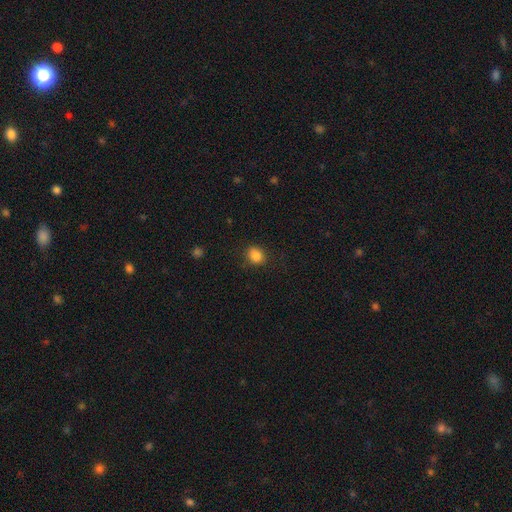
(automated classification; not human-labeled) A smooth galaxy with no disk features (85%) that is round (55%).

Vote fractions:
- Smooth or featured? smooth: 85% / star or artifact: 10% / featured or disk: 5%
- How rounded? round: 55% / in between: 44% / cigar-shaped: 1%
- Merging? none: 83% / minor disturbance: 12% / major disturbance: 3% / merger: 1%